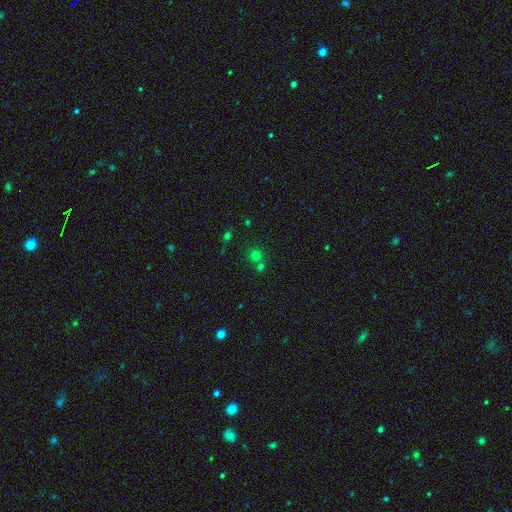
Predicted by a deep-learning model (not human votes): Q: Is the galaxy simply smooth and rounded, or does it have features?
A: smooth — 64%.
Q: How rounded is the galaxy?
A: round — 90%.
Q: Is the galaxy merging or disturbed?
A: none — 64%.